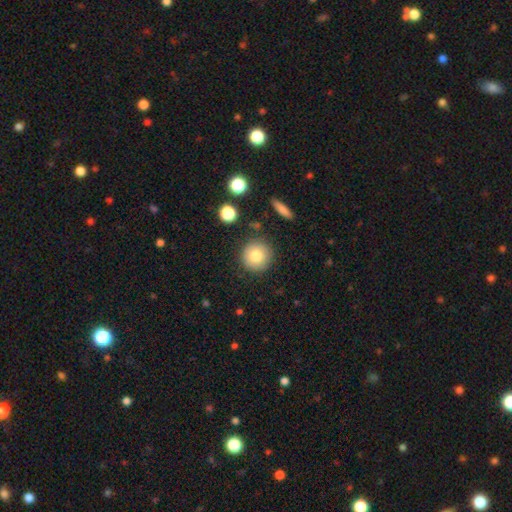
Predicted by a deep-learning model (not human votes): smooth 78%, featured or disk 12%, star or artifact 10%. Down the decision tree: how rounded — round (94%); merging — none (87%).